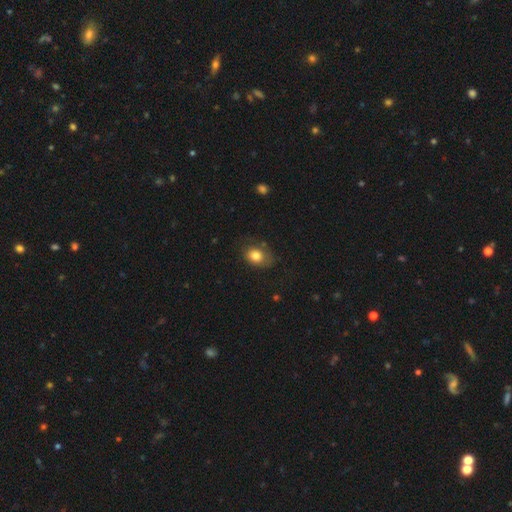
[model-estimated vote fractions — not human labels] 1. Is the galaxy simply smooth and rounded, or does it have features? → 79% smooth, 12% featured or disk, 8% star or artifact.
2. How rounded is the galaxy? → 65% in between, 34% round, 1% cigar-shaped.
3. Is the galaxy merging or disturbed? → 64% none, 25% minor disturbance, 9% major disturbance, 2% merger.